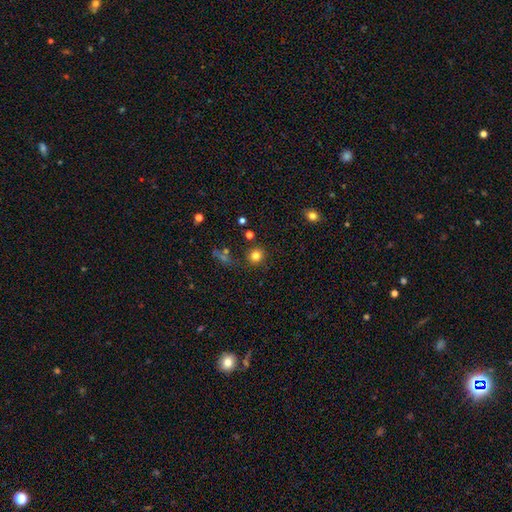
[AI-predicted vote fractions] Morphology: type=smooth (80%); roundness=round (91%); merging=none (84%).